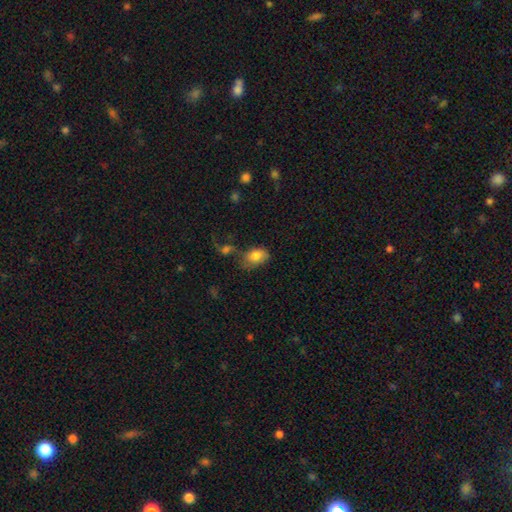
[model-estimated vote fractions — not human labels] Morphology: type=smooth (81%); roundness=in between (81%); merging=none (47%).